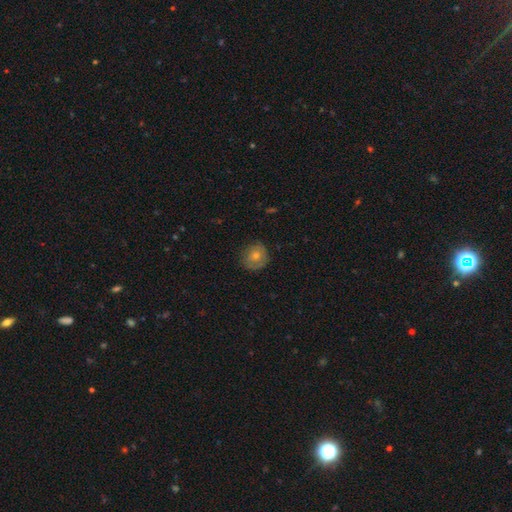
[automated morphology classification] Q: Smooth or featured?
A: smooth (56%); runner-up: featured or disk (32%)
Q: How rounded?
A: round (86%); runner-up: in between (13%)
Q: Merging?
A: none (80%); runner-up: minor disturbance (15%)